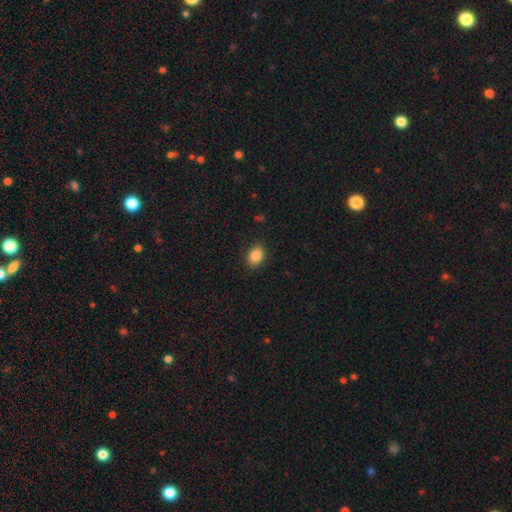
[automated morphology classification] Smooth or featured?
  - smooth: 86% *
  - star or artifact: 9%
  - featured or disk: 5%
How rounded?
  - in between: 71% *
  - round: 28%
  - cigar-shaped: 1%
Merging?
  - none: 89% *
  - minor disturbance: 8%
  - major disturbance: 2%
  - merger: 1%